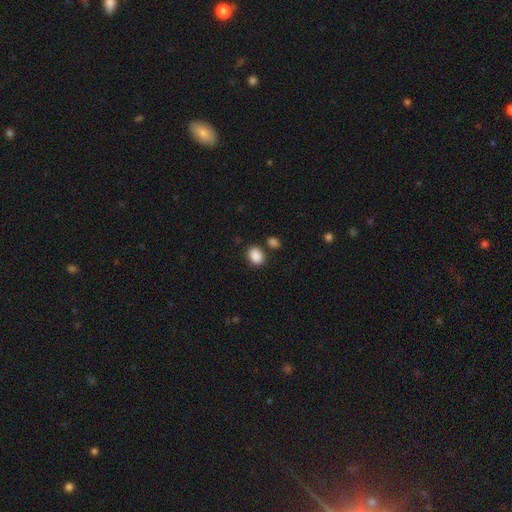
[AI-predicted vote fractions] Morphology: type=smooth (89%); roundness=in between (55%); merging=none (79%).